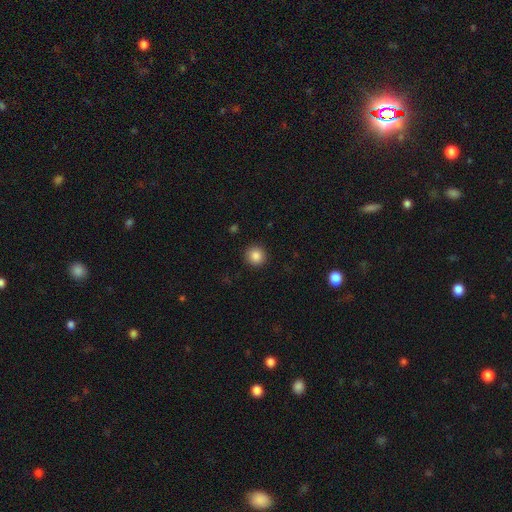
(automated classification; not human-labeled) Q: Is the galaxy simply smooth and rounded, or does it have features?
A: smooth — 86%.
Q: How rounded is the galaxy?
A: round — 94%.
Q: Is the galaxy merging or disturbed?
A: none — 92%.